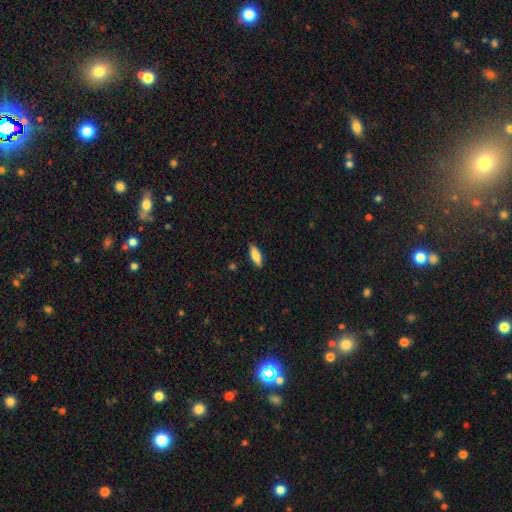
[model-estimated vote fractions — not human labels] The model was most divided on "how rounded": in between: 67%, cigar-shaped: 31%, round: 2%. More confident: merging — none (87%); smooth or featured — smooth (84%).